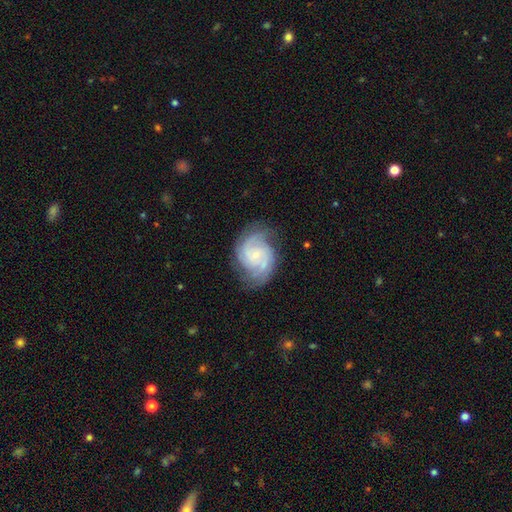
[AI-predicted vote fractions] Smooth or featured? featured or disk (84%)
Edge-on disk? no (98%)
Bar? no (67%)
Spiral arms? yes (96%)
Spiral winding? tight (46%)
Spiral arm count? 2 (46%)
Bulge size? small (78%)
Merging? none (72%)